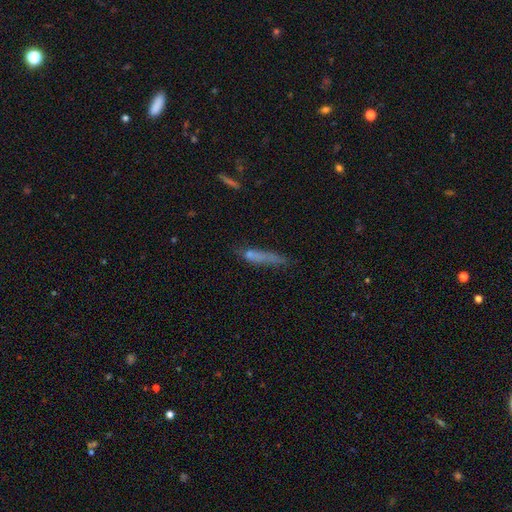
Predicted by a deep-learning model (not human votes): Smooth or featured: smooth — 63% (featured or disk — 25%)
How rounded: cigar-shaped — 83% (in between — 14%)
Merging: none — 45% (minor disturbance — 25%)